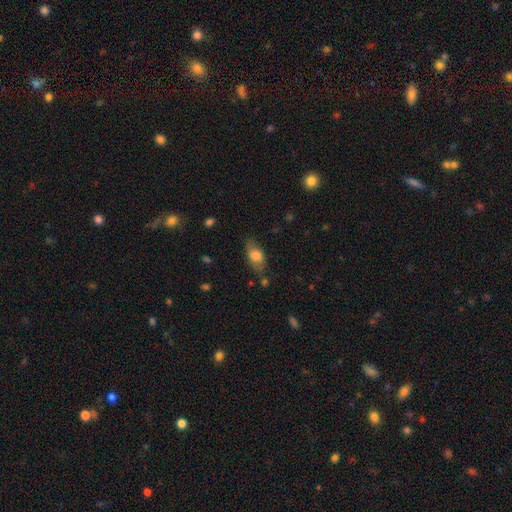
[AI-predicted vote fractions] Smooth or featured: smooth — 75% (featured or disk — 18%)
How rounded: in between — 87% (cigar-shaped — 7%)
Merging: none — 71% (minor disturbance — 21%)